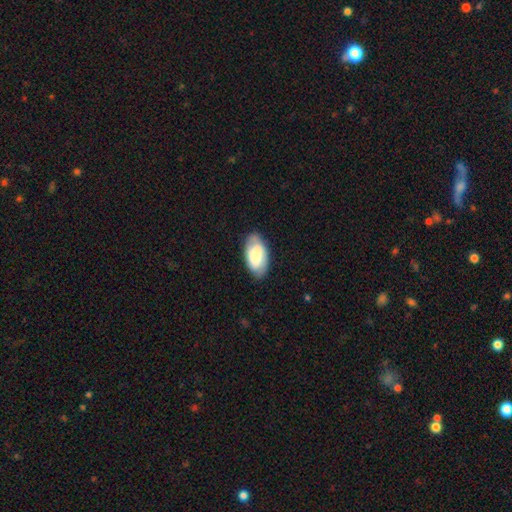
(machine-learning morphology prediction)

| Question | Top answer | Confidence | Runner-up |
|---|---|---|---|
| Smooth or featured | smooth | 58% | featured or disk (35%) |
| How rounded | in between | 94% | cigar-shaped (3%) |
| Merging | none | 80% | minor disturbance (15%) |